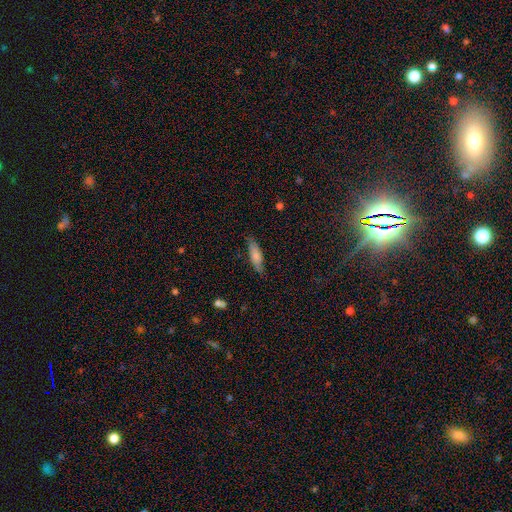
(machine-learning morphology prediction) Q: Smooth or featured?
A: smooth (72%); runner-up: featured or disk (22%)
Q: How rounded?
A: cigar-shaped (58%); runner-up: in between (41%)
Q: Merging?
A: none (77%); runner-up: minor disturbance (18%)